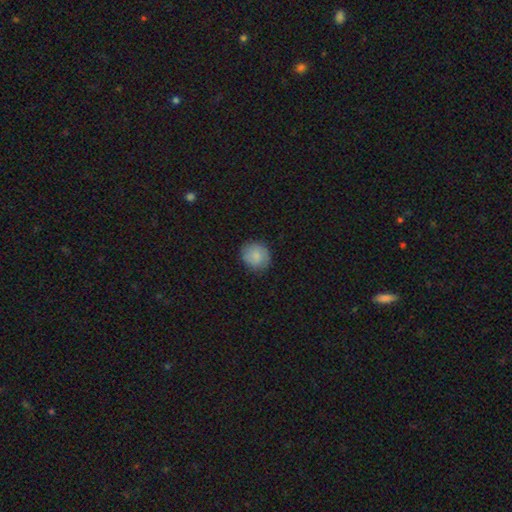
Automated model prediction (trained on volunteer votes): A smooth galaxy with no disk features (84%) that is round (81%). Merging: none (81%).